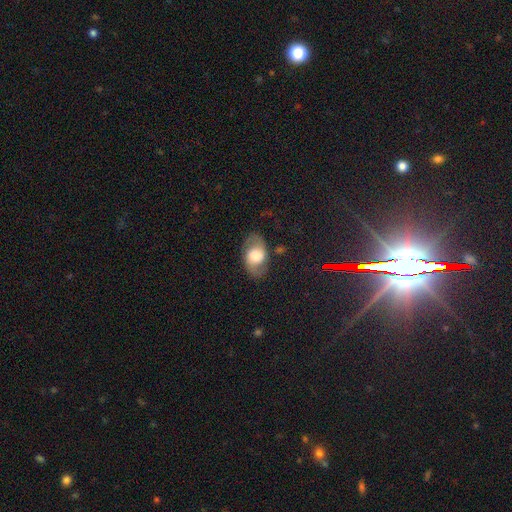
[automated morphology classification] smooth-or-featured: featured or disk: 53% | smooth: 39% | star or artifact: 8%
  disk-edge-on: no: 94% | yes: 6%
  merging: none: 79% | minor disturbance: 14% | major disturbance: 6% | merger: 1%